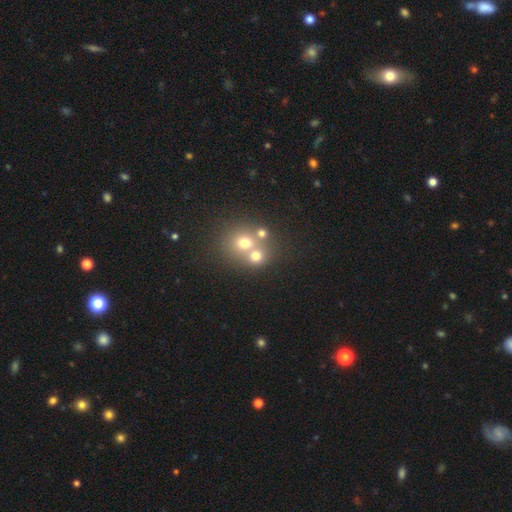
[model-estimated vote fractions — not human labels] Smooth or featured?
  - smooth: 64% *
  - featured or disk: 18%
  - star or artifact: 17%
How rounded?
  - round: 78% *
  - in between: 21%
  - cigar-shaped: 1%
Merging?
  - merger: 52% *
  - none: 38%
  - minor disturbance: 6%
  - major disturbance: 3%